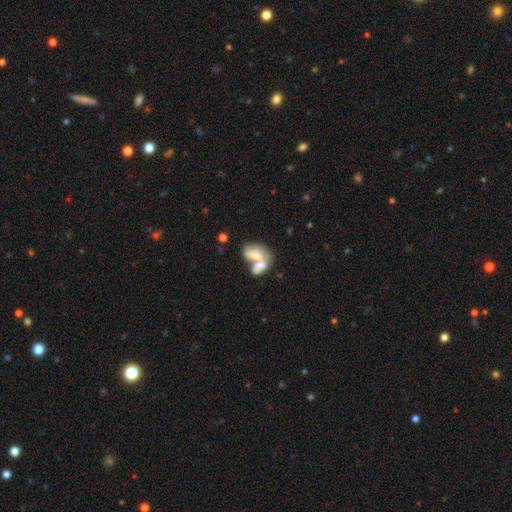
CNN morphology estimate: type=smooth (61%); roundness=in between (85%); merging=merger (69%).